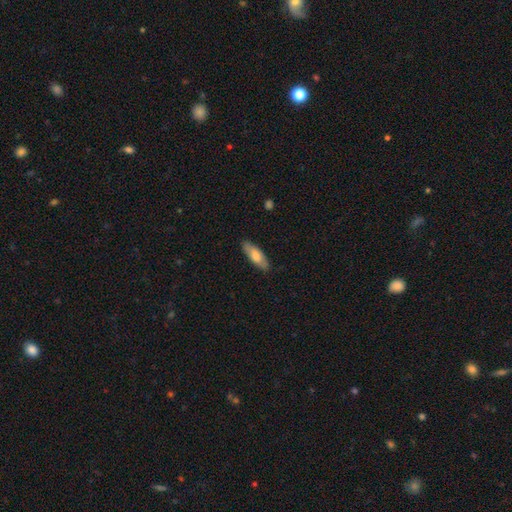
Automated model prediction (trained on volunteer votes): A smooth galaxy with no disk features (71%) that is in between round and cigar-shaped (65%).

Vote fractions:
- Smooth or featured? smooth: 71% / featured or disk: 23% / star or artifact: 5%
- How rounded? in between: 65% / cigar-shaped: 33% / round: 2%
- Merging? none: 86% / minor disturbance: 11% / major disturbance: 2% / merger: 1%